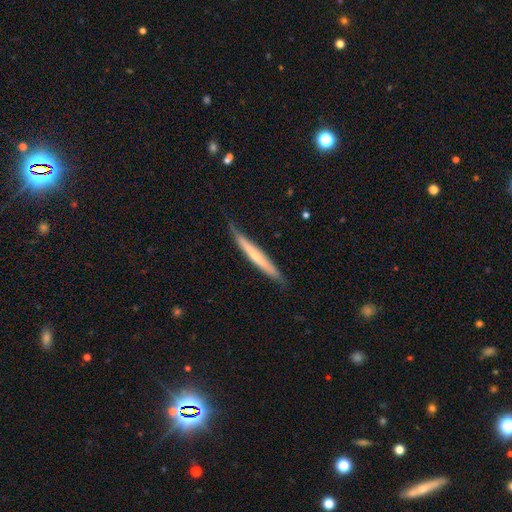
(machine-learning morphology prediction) type=smooth (49%); merging=none (79%).